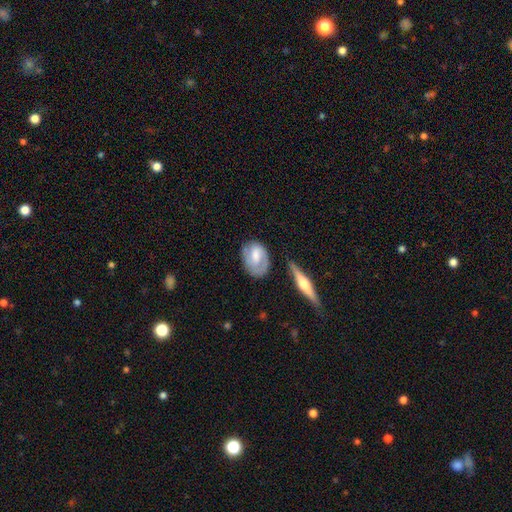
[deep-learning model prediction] The model was most divided on "smooth or featured" (2-way tie): smooth: 47%, featured or disk: 47%, star or artifact: 6%. More confident: merging — none (60%).